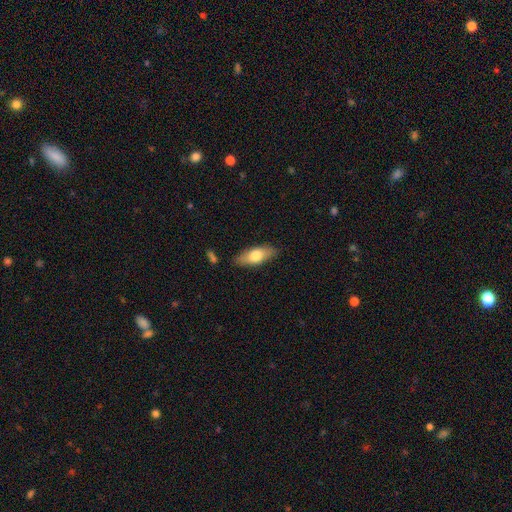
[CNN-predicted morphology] Smooth or featured? Predicted: smooth (p=0.66). How rounded? Predicted: in between (p=0.71). Merging? Predicted: none (p=0.84).